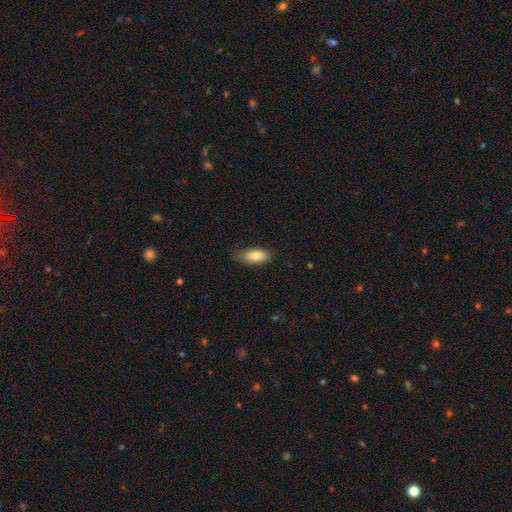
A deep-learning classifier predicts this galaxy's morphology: smooth 80%, featured or disk 13%, star or artifact 7%. Down the decision tree: how rounded — in between (86%); merging — none (69%).